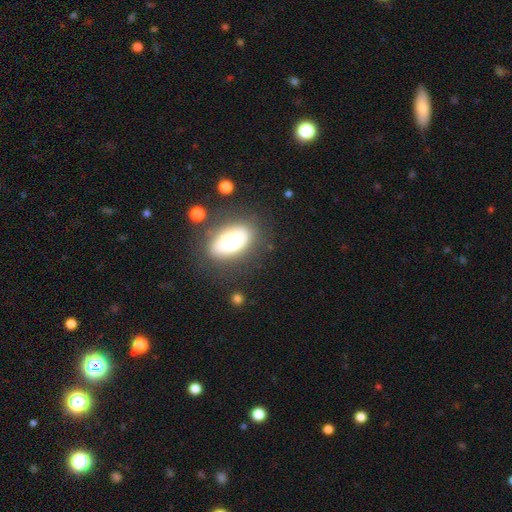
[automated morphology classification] Q: Smooth or featured?
A: smooth (71%); runner-up: star or artifact (17%)
Q: How rounded?
A: in between (87%); runner-up: round (7%)
Q: Merging?
A: none (84%); runner-up: minor disturbance (10%)